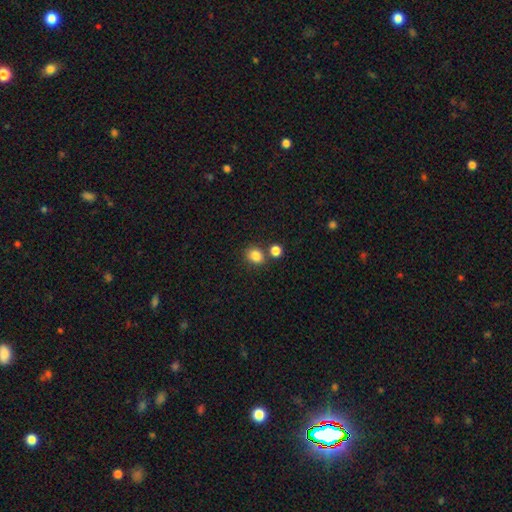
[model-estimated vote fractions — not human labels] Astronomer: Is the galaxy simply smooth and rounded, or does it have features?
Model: smooth — 84%.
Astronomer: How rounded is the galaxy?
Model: round — 60% (runner-up: in between, 39%).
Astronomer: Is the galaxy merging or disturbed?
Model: none — 71%.